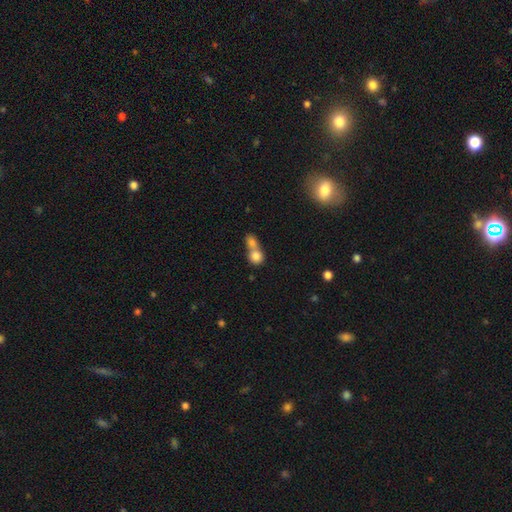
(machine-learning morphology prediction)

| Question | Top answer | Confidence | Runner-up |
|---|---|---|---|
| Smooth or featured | smooth | 80% | featured or disk (11%) |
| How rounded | round | 78% | in between (21%) |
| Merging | merger | 67% | none (25%) |